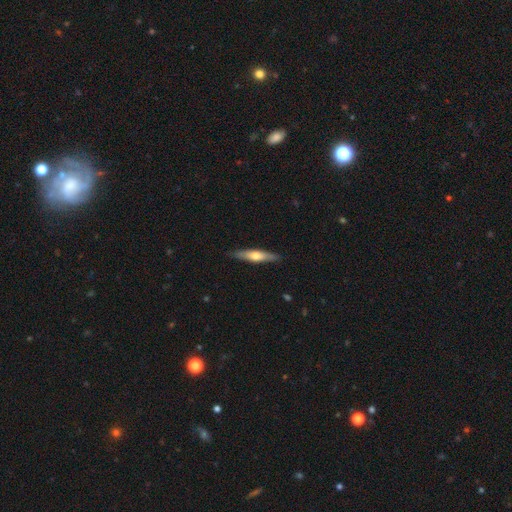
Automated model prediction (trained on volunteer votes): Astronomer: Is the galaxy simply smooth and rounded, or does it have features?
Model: featured or disk — 48% (runner-up: smooth, 46%).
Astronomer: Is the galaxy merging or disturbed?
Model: none — 87%.